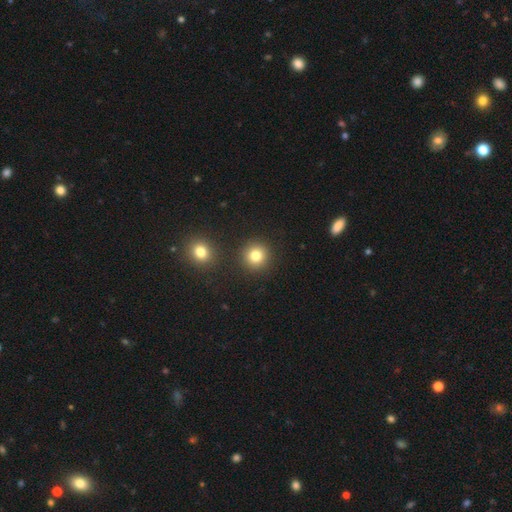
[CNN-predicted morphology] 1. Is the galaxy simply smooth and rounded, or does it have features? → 81% smooth, 12% star or artifact, 7% featured or disk.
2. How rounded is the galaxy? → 93% round, 6% in between, 1% cigar-shaped.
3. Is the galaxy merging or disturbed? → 88% none, 5% minor disturbance, 5% merger, 2% major disturbance.